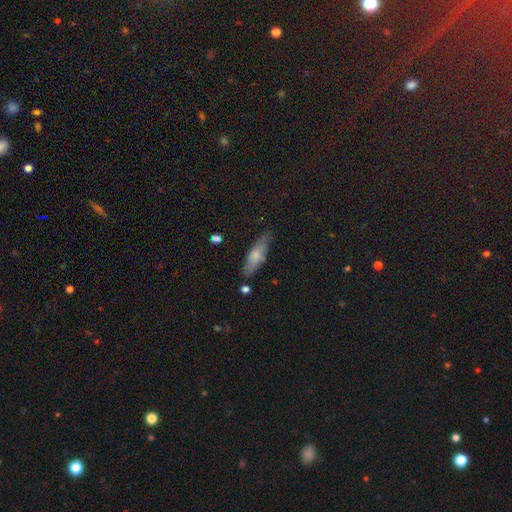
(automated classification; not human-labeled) smooth 67%, featured or disk 26%, star or artifact 7%. Down the decision tree: how rounded — in between (49%, tied with cigar-shaped); merging — none (73%).